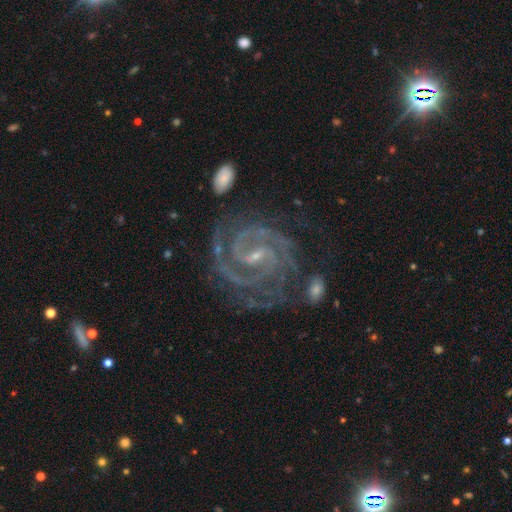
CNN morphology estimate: This appears to be a featured or disk galaxy (92%) with a weak bar (47%), 2 (72%) tight (74%) spiral arms (99%) and a small central bulge (75%). Merging: none (70%).